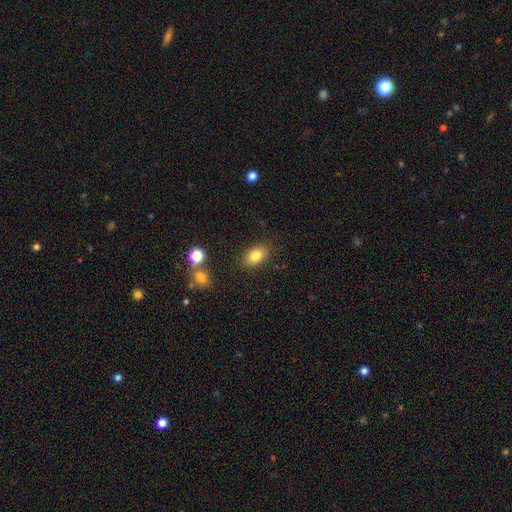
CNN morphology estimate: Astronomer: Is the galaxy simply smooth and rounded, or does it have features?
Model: smooth — 82%.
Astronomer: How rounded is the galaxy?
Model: in between — 83%.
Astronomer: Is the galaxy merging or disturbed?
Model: none — 84%.